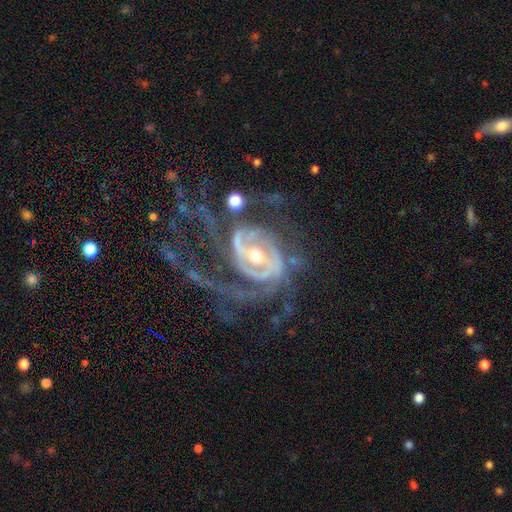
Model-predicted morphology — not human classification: type=featured or disk (91%); edge-on=no (97%); bar=weak (38%); spiral arms=yes (96%); winding=tight (43%); arm count=2 (38%); bulge=moderate (52%); merging=major disturbance (45%).